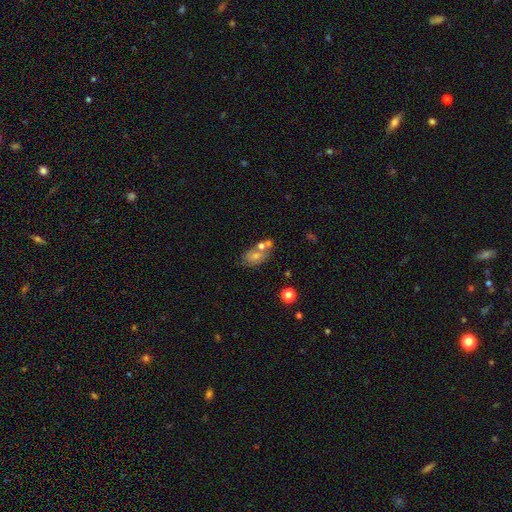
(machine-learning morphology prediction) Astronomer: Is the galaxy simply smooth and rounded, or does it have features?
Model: smooth — 52% (runner-up: featured or disk, 28%).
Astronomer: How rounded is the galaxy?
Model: in between — 74%.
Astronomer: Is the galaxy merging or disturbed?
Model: none — 51% (runner-up: merger, 27%).